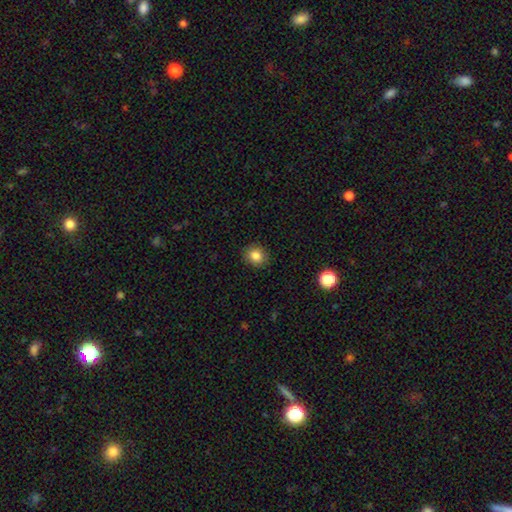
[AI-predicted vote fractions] Overall: smooth (84%). How rounded: round (78%). Merging: none (89%).